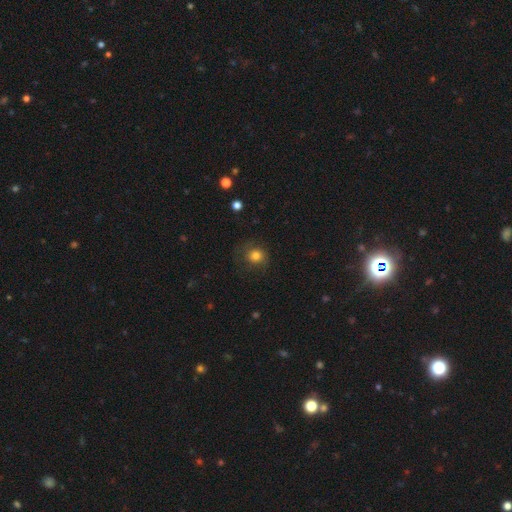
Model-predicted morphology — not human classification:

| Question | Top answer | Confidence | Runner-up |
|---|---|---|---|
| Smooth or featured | smooth | 75% | featured or disk (13%) |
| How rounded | round | 84% | in between (15%) |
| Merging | none | 73% | minor disturbance (16%) |